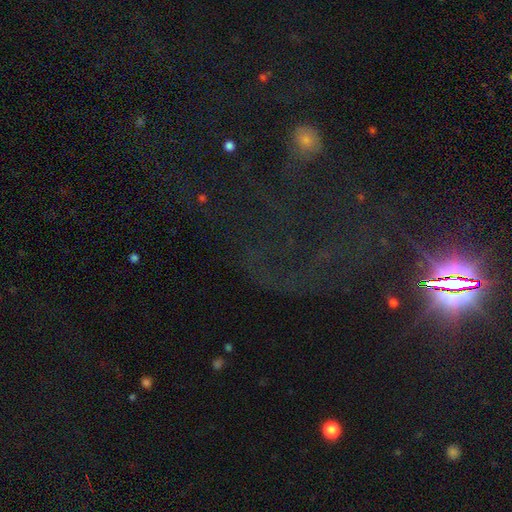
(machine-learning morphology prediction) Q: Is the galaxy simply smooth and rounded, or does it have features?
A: star or artifact — 67%.